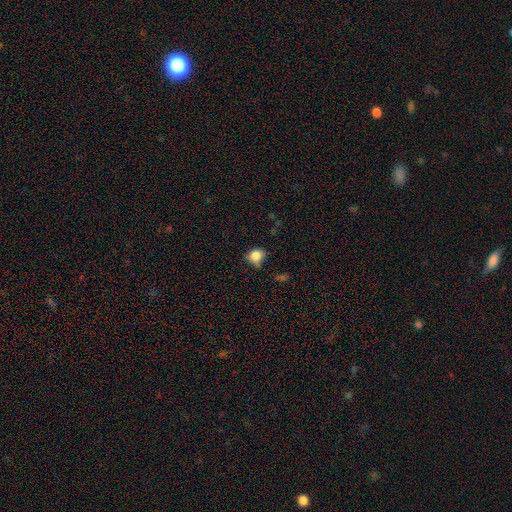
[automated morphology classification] Smooth or featured: smooth — 82% (star or artifact — 10%)
How rounded: round — 57% (in between — 42%)
Merging: none — 59% (minor disturbance — 30%)